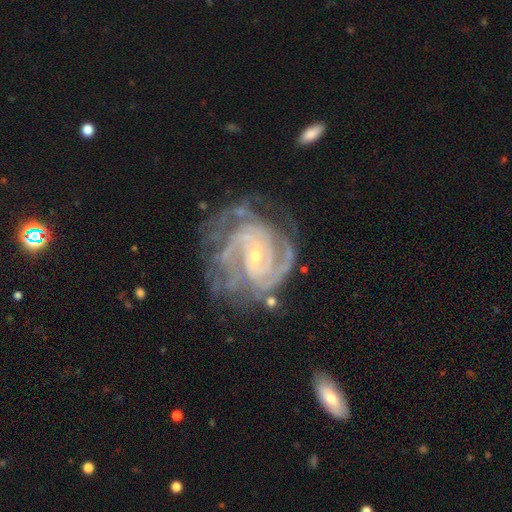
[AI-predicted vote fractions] smooth_or_featured: featured or disk (p=0.91) [alt: star or artifact p=0.05]
disk_edge_on: no (p=0.98) [alt: yes p=0.02]
bar: weak (p=0.44) [alt: no p=0.37]
has_spiral_arms: yes (p=0.98) [alt: no p=0.02]
spiral_winding: tight (p=0.68) [alt: medium p=0.28]
spiral_arm_count: 2 (p=0.31) [alt: 3 p=0.23]
bulge_size: small (p=0.76) [alt: moderate p=0.20]
merging: none (p=0.62) [alt: minor disturbance p=0.22]